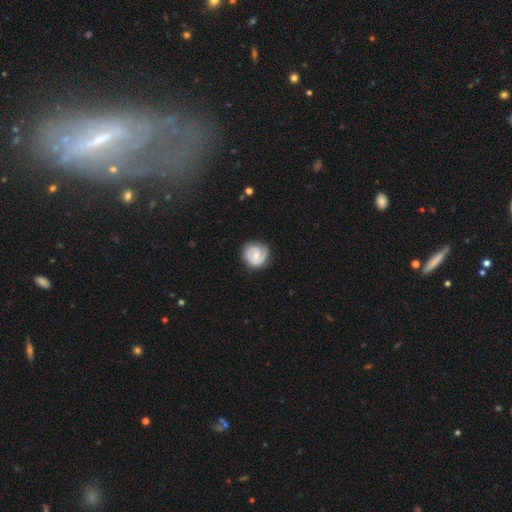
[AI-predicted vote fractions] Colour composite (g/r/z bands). It shows a featured or disk galaxy (65%) with a weak bar (52%), 2 (69%) tight (47%) spiral arms (89%) and a small central bulge (54%). Merging: none (78%).